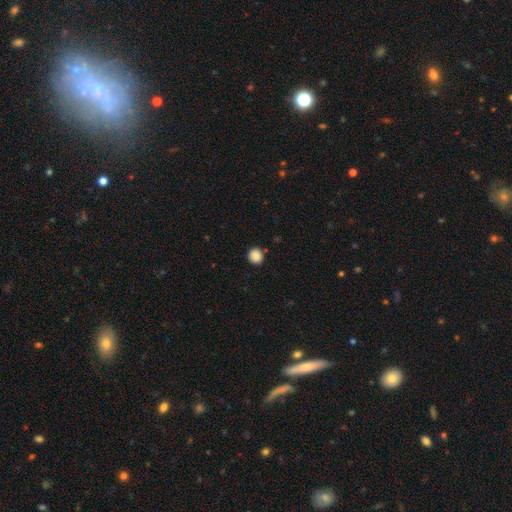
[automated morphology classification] Overall: smooth (88%). How rounded: round (91%). Merging: none (89%).